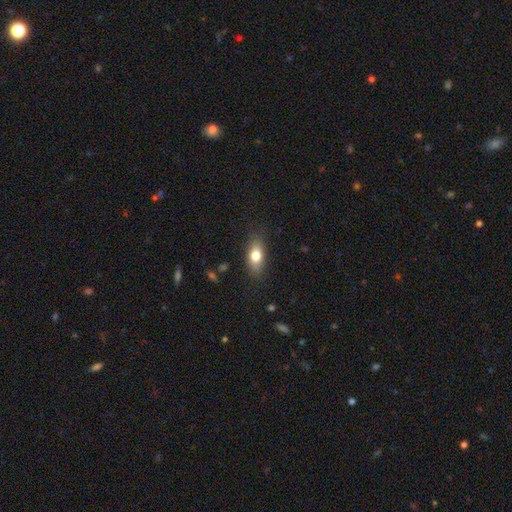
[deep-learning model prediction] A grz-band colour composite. It shows a smooth galaxy with no disk features (76%) that is in between round and cigar-shaped (81%). Merging: none (82%).